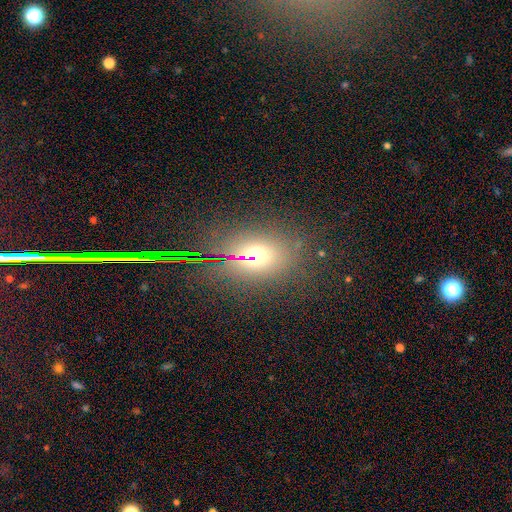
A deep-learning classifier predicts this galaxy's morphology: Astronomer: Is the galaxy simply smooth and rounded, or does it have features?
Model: smooth — 56%.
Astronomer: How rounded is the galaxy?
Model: in between — 53% (runner-up: round, 44%).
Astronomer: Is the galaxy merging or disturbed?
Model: none — 79%.